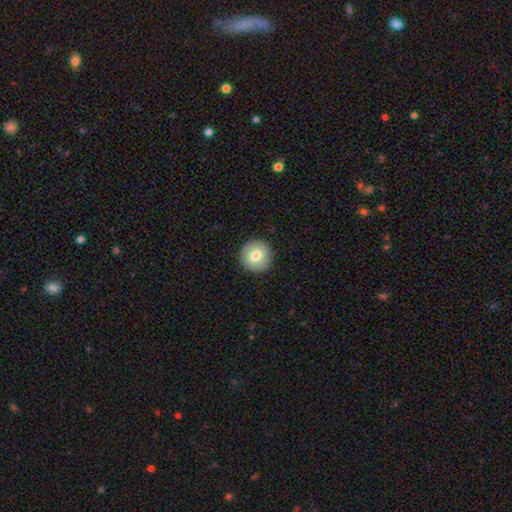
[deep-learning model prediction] A smooth galaxy with no disk features (73%) that is round (94%).

Vote fractions:
- Smooth or featured? smooth: 73% / featured or disk: 20% / star or artifact: 7%
- How rounded? round: 94% / in between: 5% / cigar-shaped: 1%
- Merging? none: 91% / minor disturbance: 6% / major disturbance: 2% / merger: 1%